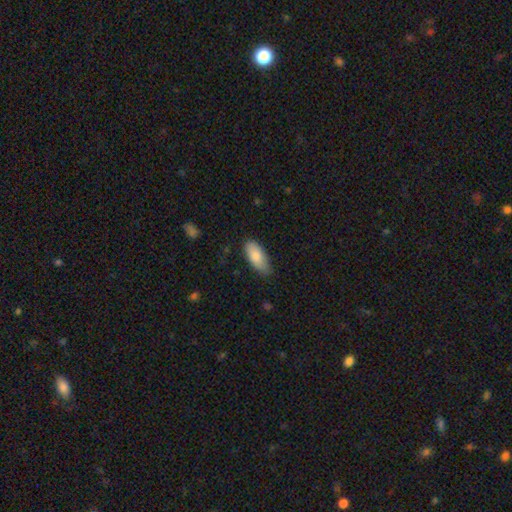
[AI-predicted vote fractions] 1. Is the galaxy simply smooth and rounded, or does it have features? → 82% smooth, 12% featured or disk, 6% star or artifact.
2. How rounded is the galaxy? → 86% in between, 12% cigar-shaped, 2% round.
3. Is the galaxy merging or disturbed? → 76% none, 20% minor disturbance, 3% major disturbance, 1% merger.